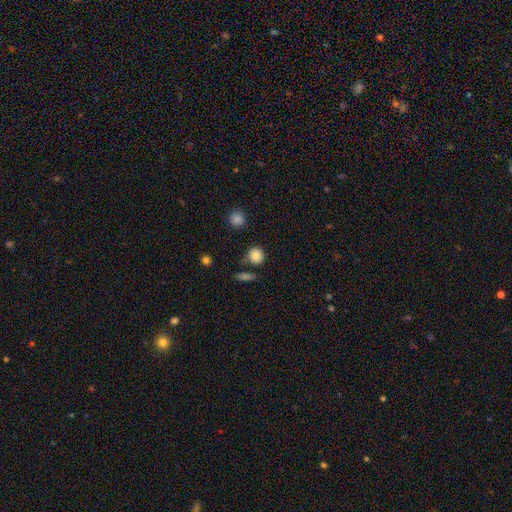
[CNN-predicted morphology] This appears to be a smooth galaxy with no disk features (85%) that is round (89%). Merging: none (78%).